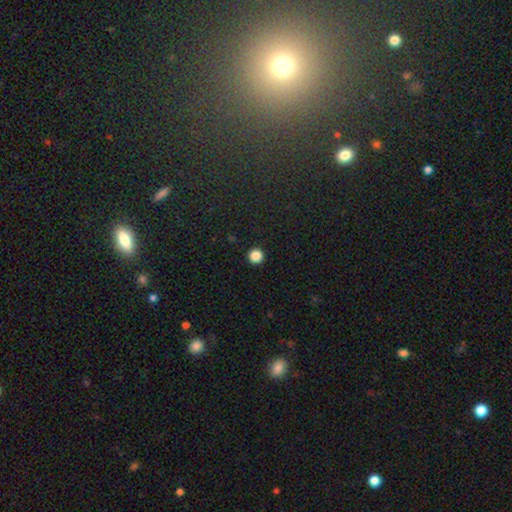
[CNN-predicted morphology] The model was most divided on "smooth or featured": smooth: 86%, star or artifact: 11%, featured or disk: 3%. More confident: how rounded — round (97%); merging — none (94%).